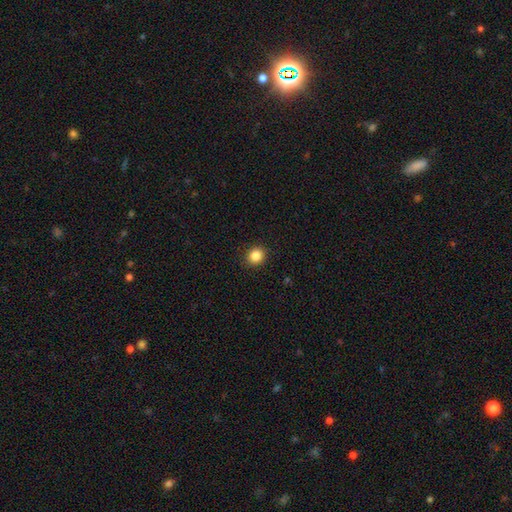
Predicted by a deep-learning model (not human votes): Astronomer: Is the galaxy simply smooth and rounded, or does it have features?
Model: smooth — 86%.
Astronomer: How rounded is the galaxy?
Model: round — 83%.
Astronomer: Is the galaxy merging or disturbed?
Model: none — 91%.